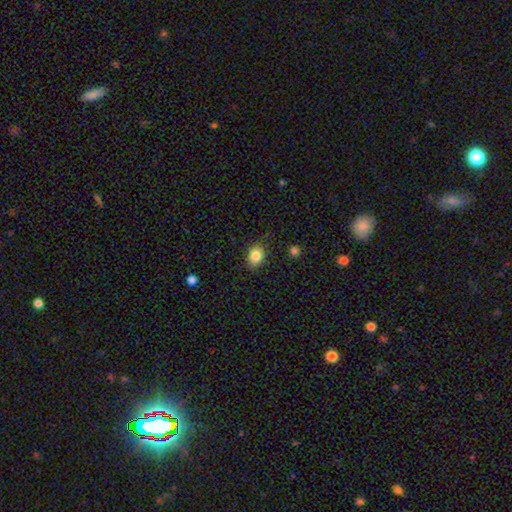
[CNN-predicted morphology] Smooth or featured? smooth (84%)
How rounded? in between (64%)
Merging? none (81%)